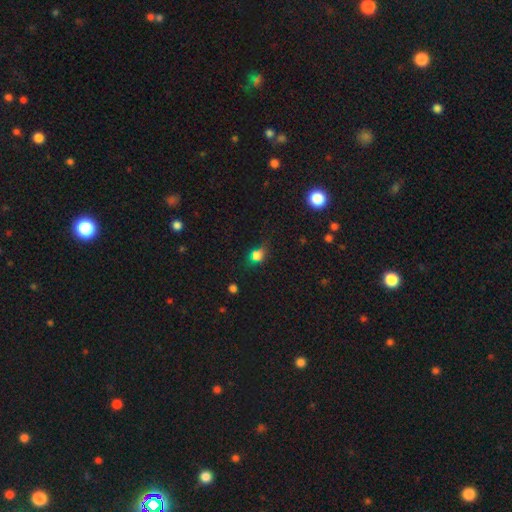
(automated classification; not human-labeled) Smooth or featured?
  - smooth: 61% *
  - star or artifact: 30%
  - featured or disk: 9%
How rounded?
  - round: 50% *
  - in between: 46%
  - cigar-shaped: 4%
Merging?
  - none: 62% *
  - minor disturbance: 20%
  - major disturbance: 10%
  - merger: 8%